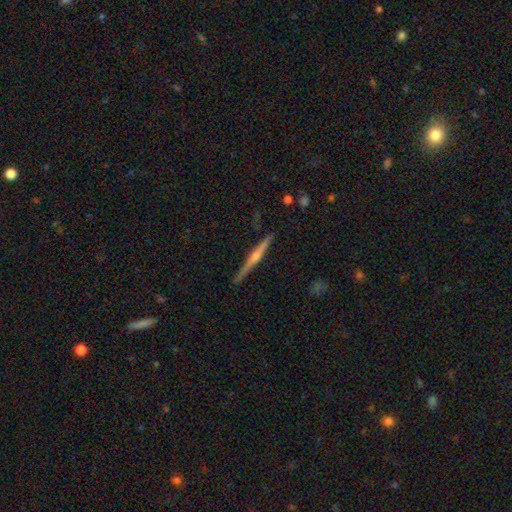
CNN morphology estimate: The model was most divided on "smooth or featured": featured or disk: 75%, smooth: 19%, star or artifact: 6%. More confident: edge-on disk — yes (98%); merging — none (89%); edge-on bulge — rounded (81%).